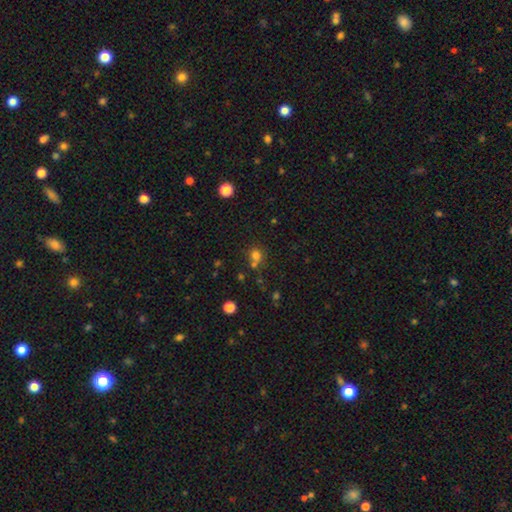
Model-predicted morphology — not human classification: This is likely a smooth galaxy (71%). How rounded: clearly round (83%). Merging: possibly none (51%).